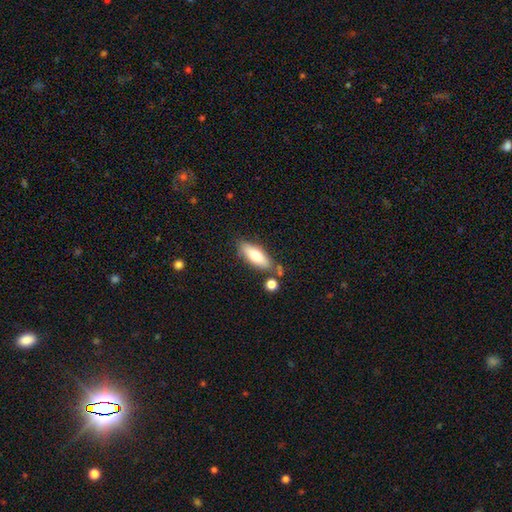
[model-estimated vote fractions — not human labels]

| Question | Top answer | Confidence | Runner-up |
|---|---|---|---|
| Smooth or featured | smooth | 72% | featured or disk (21%) |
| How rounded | in between | 69% | cigar-shaped (29%) |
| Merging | none | 72% | minor disturbance (15%) |